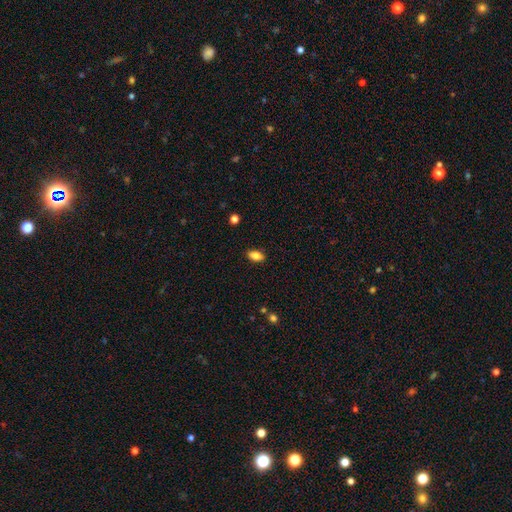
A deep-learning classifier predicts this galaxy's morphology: Overall: smooth (85%). How rounded: in between (89%). Merging: none (88%).